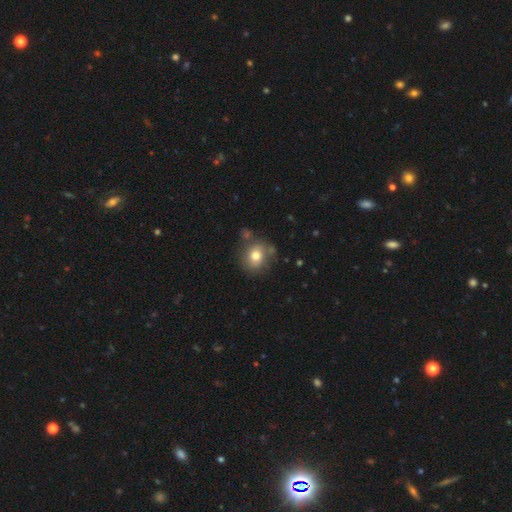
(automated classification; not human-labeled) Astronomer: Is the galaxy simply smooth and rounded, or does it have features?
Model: smooth — 76%.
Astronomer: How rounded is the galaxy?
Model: round — 74%.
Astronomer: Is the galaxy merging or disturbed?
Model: none — 70%.